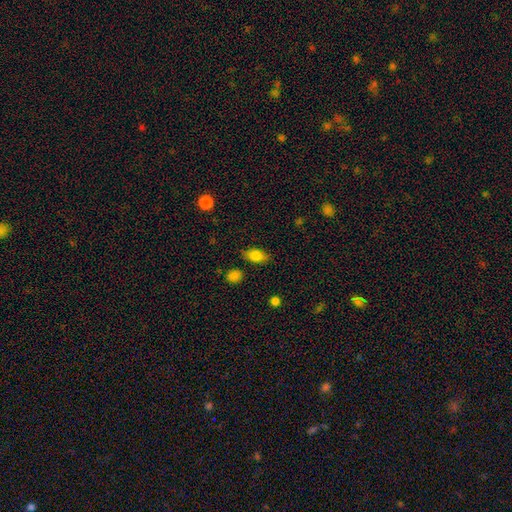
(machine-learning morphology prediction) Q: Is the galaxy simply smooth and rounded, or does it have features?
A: smooth — 79%.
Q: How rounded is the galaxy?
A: in between — 83%.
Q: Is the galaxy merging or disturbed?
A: none — 81%.